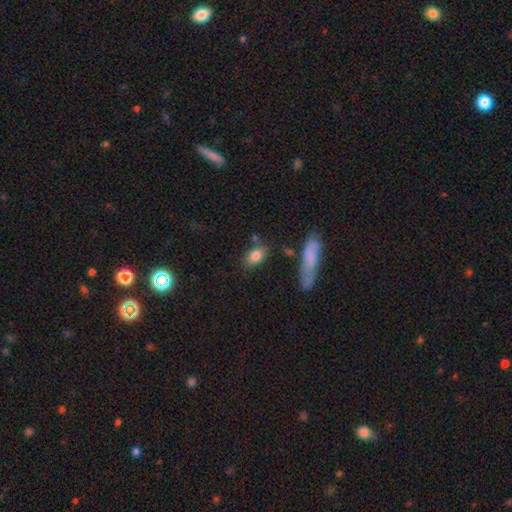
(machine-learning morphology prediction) Smooth or featured? smooth (83%)
How rounded? in between (82%)
Merging? none (70%)